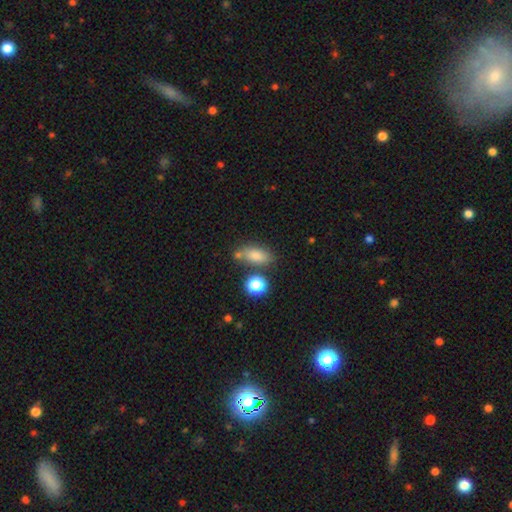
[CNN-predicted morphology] A smooth galaxy with no disk features (81%) that is in between round and cigar-shaped (79%). Merging: none (65%).